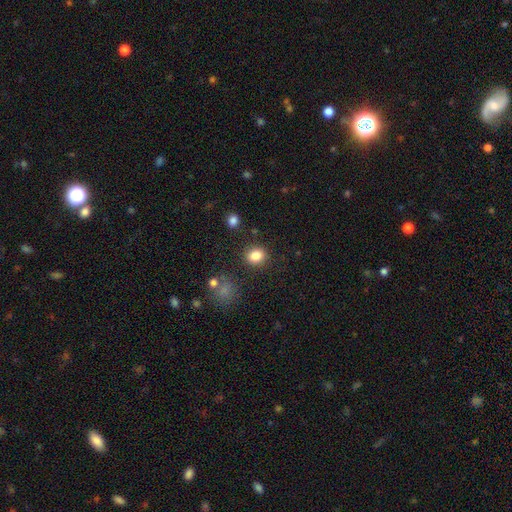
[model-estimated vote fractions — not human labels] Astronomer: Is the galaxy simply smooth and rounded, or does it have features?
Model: smooth — 84%.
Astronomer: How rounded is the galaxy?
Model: round — 70%.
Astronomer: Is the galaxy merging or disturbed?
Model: none — 86%.